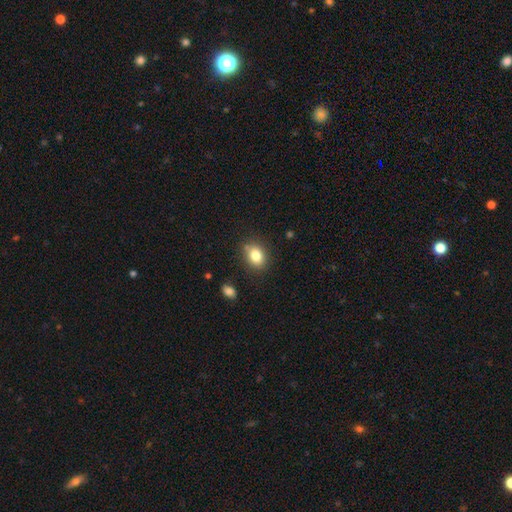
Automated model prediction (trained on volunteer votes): Q: Smooth or featured?
A: smooth (82%); runner-up: star or artifact (9%)
Q: How rounded?
A: in between (64%); runner-up: round (35%)
Q: Merging?
A: none (78%); runner-up: minor disturbance (14%)